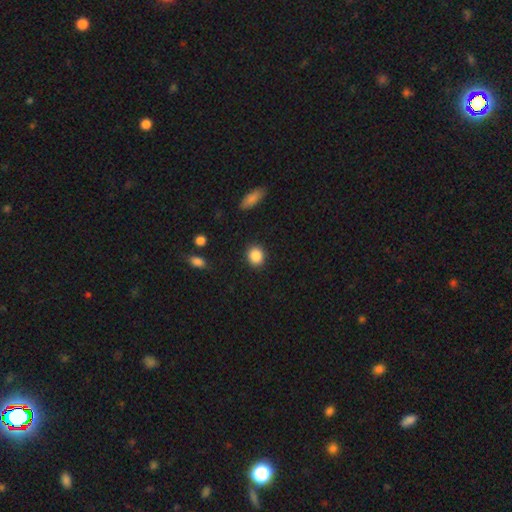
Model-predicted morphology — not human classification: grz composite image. It shows a smooth galaxy with no disk features (88%) that is round (75%). Merging: none (90%).